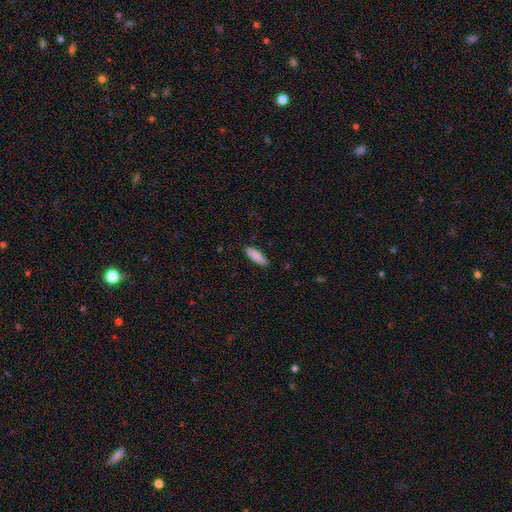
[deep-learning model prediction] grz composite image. It shows a smooth galaxy with no disk features (87%) that is in between round and cigar-shaped (53%). Merging: none (85%).